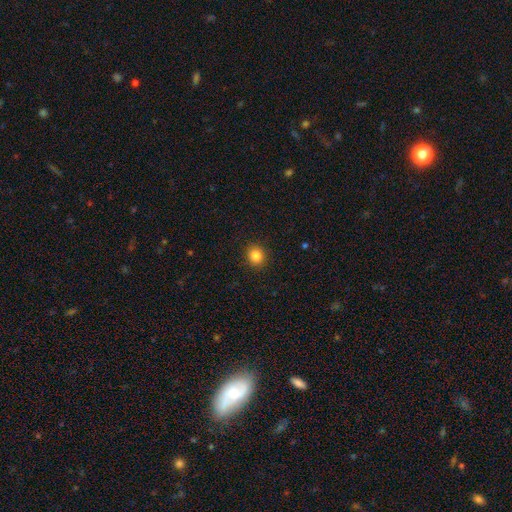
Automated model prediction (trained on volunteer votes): smooth 85%, star or artifact 11%, featured or disk 4%. Down the decision tree: how rounded — round (82%); merging — none (91%).